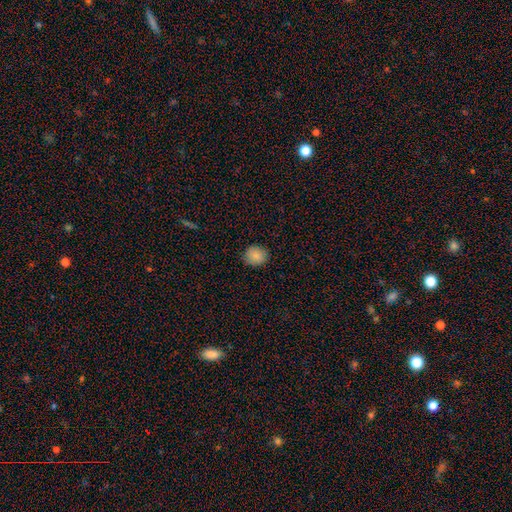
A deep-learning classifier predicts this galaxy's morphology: Smooth or featured?
  - smooth: 87% *
  - star or artifact: 9%
  - featured or disk: 5%
How rounded?
  - round: 74% *
  - in between: 25%
  - cigar-shaped: 1%
Merging?
  - none: 87% *
  - minor disturbance: 10%
  - major disturbance: 2%
  - merger: 1%